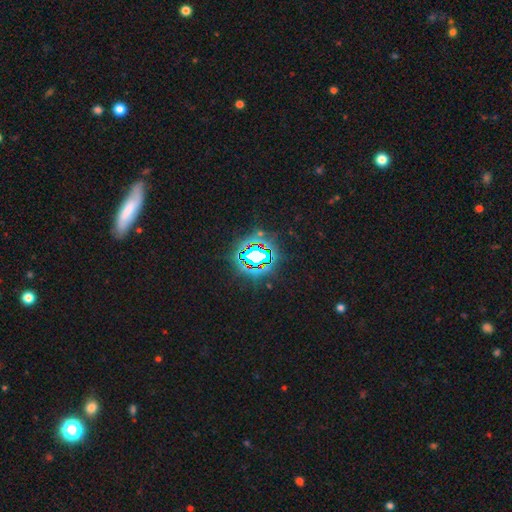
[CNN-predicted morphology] type=star or artifact (74%).